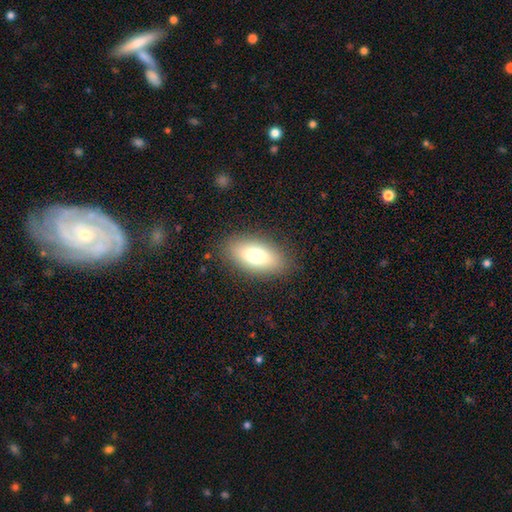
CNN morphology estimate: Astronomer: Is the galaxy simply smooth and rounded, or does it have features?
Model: smooth — 75%.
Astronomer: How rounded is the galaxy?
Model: in between — 88%.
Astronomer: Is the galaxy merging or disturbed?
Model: none — 86%.